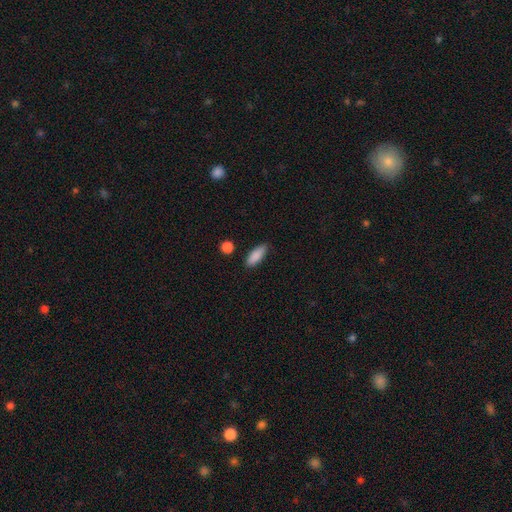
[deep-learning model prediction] Morphology: type=smooth (88%); roundness=in between (72%); merging=none (84%).